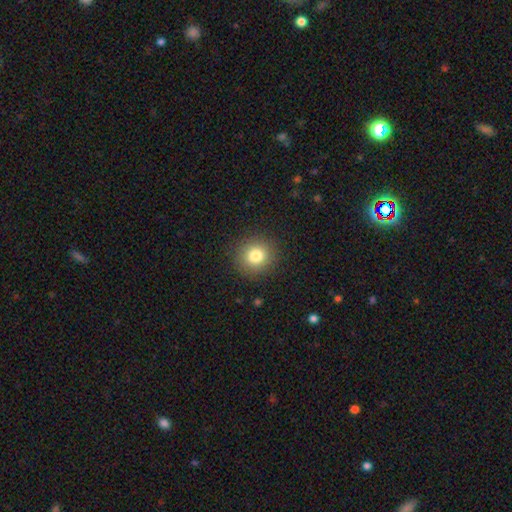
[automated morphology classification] type=smooth (81%); roundness=round (92%); merging=none (90%).